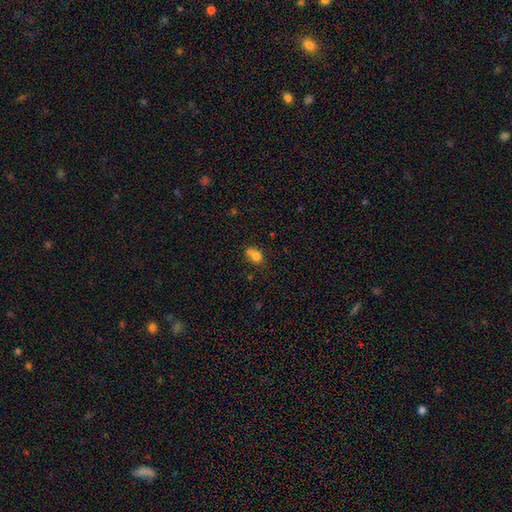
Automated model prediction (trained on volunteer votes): Overall: smooth (77%). How rounded: in between (58%; round 40%). Merging: none (40%; merger 27%).